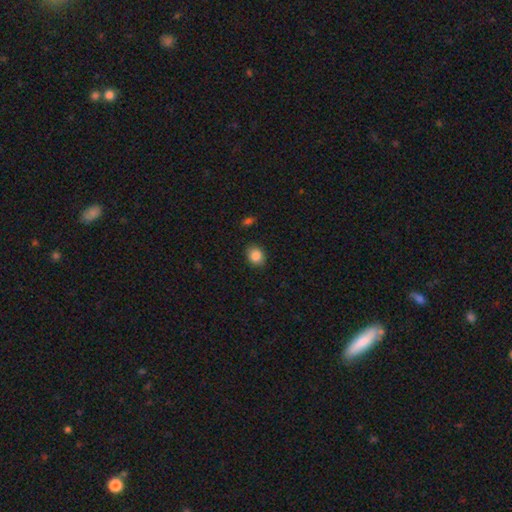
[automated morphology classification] The model was most divided on "how rounded": round: 61%, in between: 38%, cigar-shaped: 1%. More confident: merging — none (87%); smooth or featured — smooth (86%).